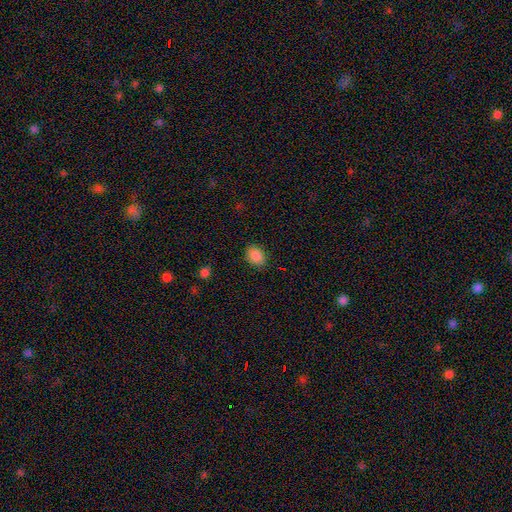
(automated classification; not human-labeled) Smooth or featured? smooth (87%)
How rounded? in between (60%)
Merging? none (87%)